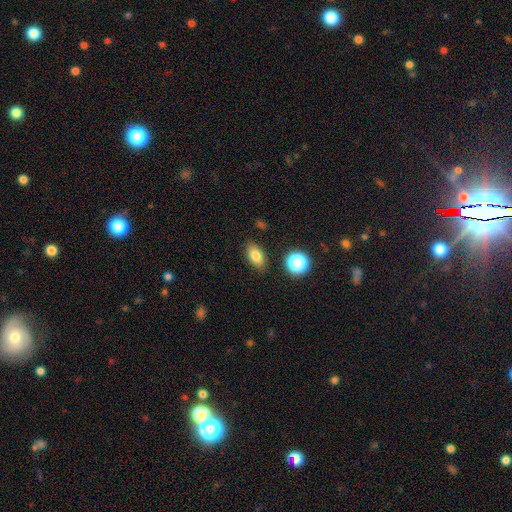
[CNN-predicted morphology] Overall: smooth (79%). How rounded: in between (85%). Merging: none (84%).